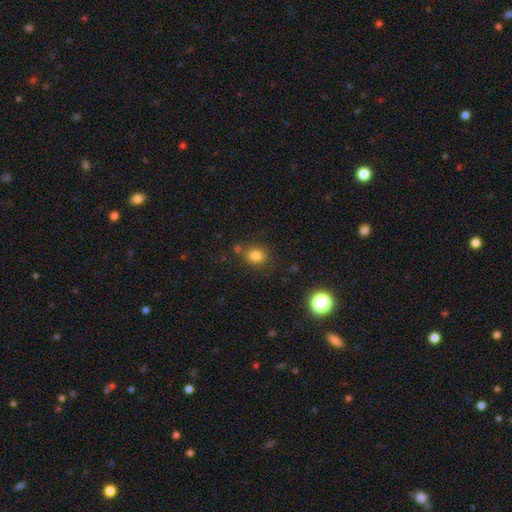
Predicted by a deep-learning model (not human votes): Morphology: type=smooth (80%); roundness=round (54%); merging=none (74%).